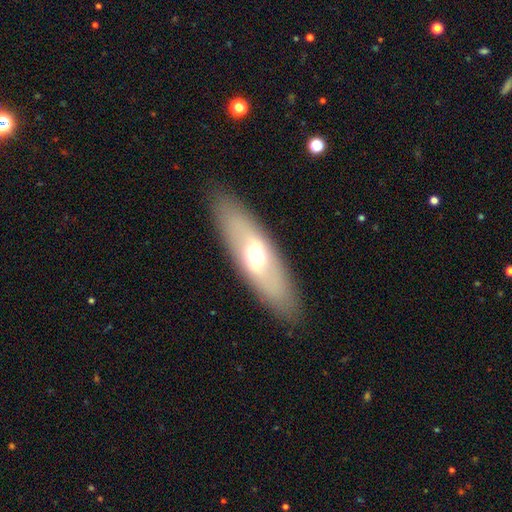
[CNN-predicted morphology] A smooth galaxy with no disk features (48%).

Vote fractions:
- Smooth or featured? smooth: 48% / featured or disk: 46% / star or artifact: 7%
- Merging? none: 88% / minor disturbance: 8% / major disturbance: 3% / merger: 1%